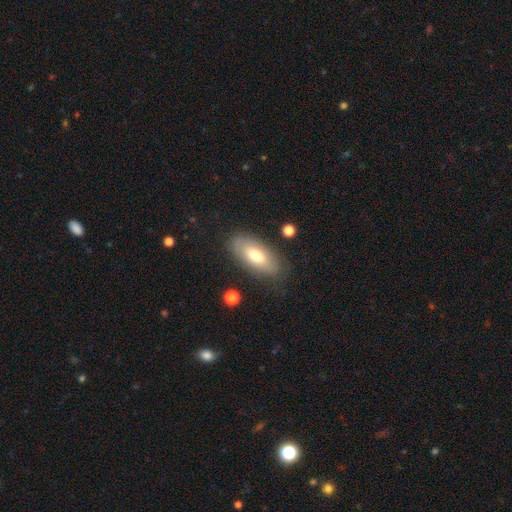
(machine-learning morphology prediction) A smooth galaxy with no disk features (64%) that is in between round and cigar-shaped (88%).

Vote fractions:
- Smooth or featured? smooth: 64% / featured or disk: 29% / star or artifact: 7%
- How rounded? in between: 88% / cigar-shaped: 9% / round: 3%
- Merging? none: 80% / minor disturbance: 14% / major disturbance: 4% / merger: 2%